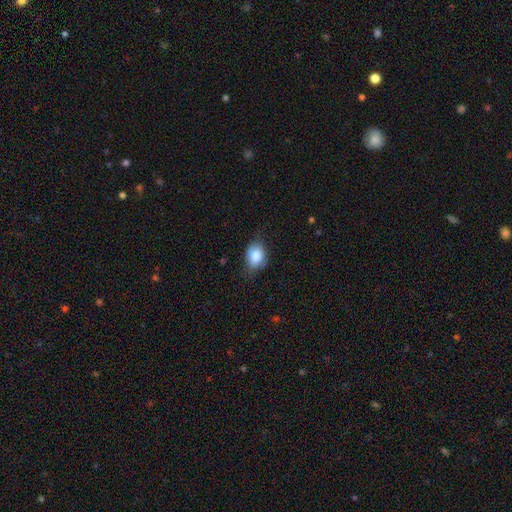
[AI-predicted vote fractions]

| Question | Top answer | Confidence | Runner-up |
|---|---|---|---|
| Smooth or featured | smooth | 82% | featured or disk (10%) |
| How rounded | in between | 74% | round (25%) |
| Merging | none | 67% | minor disturbance (26%) |